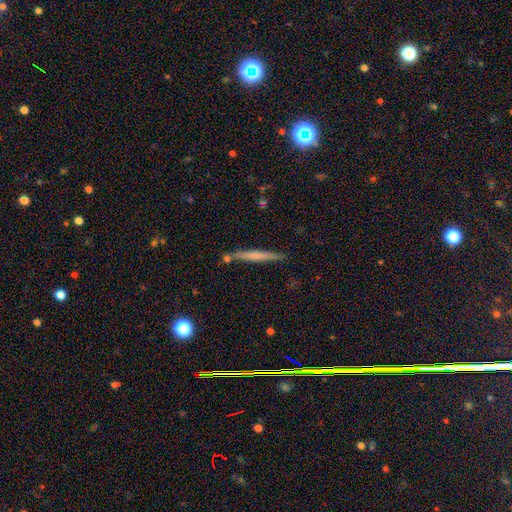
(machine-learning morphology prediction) type=smooth (50%); merging=none (84%).